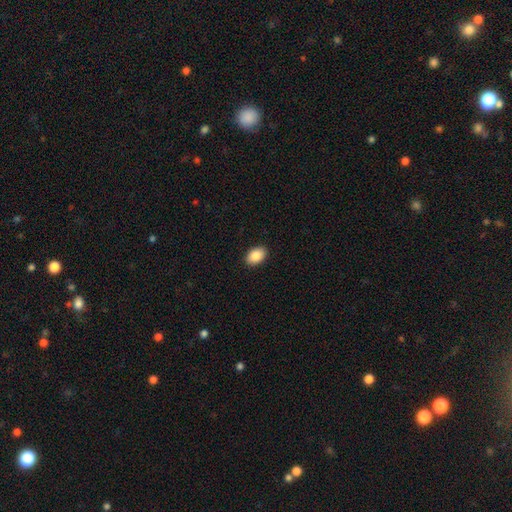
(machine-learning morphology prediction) smooth-or-featured: smooth: 88% | star or artifact: 7% | featured or disk: 5%
  how-rounded: in between: 88% | round: 11% | cigar-shaped: 1%
  merging: none: 90% | minor disturbance: 7% | major disturbance: 2% | merger: 1%